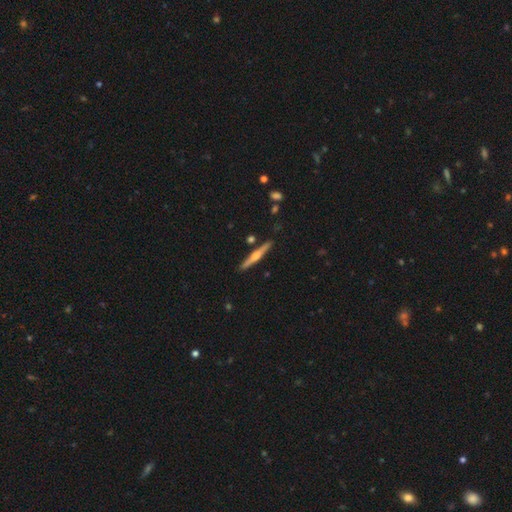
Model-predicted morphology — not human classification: Smooth or featured?
  - featured or disk: 64% *
  - smooth: 31%
  - star or artifact: 6%
Edge-on disk?
  - yes: 98% *
  - no: 2%
Edge-on bulge?
  - rounded: 80% *
  - boxy: 11%
  - none: 9%
Merging?
  - none: 88% *
  - minor disturbance: 7%
  - merger: 3%
  - major disturbance: 2%